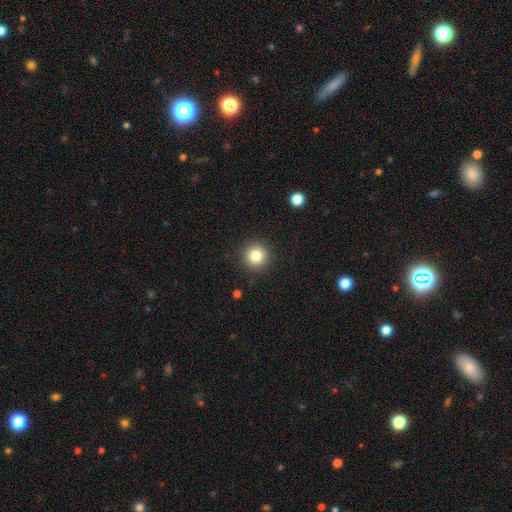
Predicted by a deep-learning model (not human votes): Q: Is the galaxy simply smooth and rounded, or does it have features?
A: smooth — 82%.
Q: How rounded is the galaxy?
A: round — 95%.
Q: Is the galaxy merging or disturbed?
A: none — 91%.